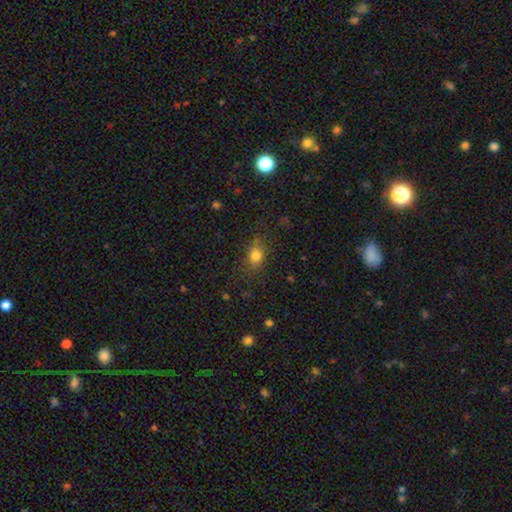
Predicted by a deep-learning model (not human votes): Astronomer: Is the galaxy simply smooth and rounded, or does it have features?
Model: smooth — 77%.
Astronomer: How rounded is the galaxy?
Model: in between — 58% (runner-up: round, 38%).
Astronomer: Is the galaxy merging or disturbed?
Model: none — 76%.